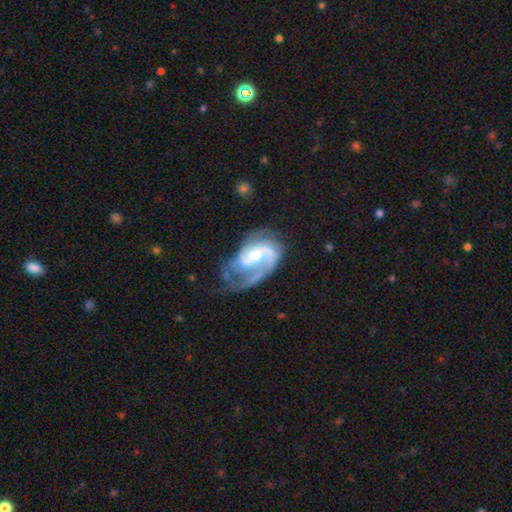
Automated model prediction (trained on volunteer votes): Smooth or featured?
  - featured or disk: 87% *
  - smooth: 8%
  - star or artifact: 5%
Edge-on disk?
  - no: 98% *
  - yes: 2%
Bar?
  - weak: 45% *
  - no: 41%
  - strong: 14%
Spiral arms?
  - yes: 96% *
  - no: 4%
Spiral winding?
  - medium: 49% *
  - tight: 27%
  - loose: 24%
Spiral arm count?
  - 2: 58% *
  - 1: 15%
  - 3: 12%
  - can't tell: 11%
  - 4: 3%
  - more than 4: 2%
Bulge size?
  - moderate: 53% *
  - small: 28%
  - large: 11%
  - none: 6%
  - dominant: 1%
Merging?
  - none: 45% *
  - major disturbance: 28%
  - minor disturbance: 24%
  - merger: 4%